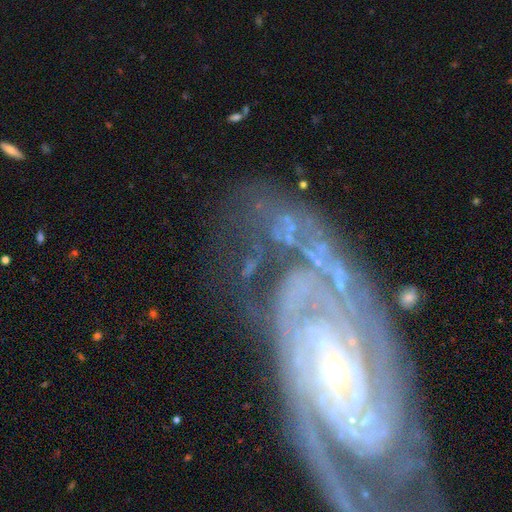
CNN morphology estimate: Smooth or featured?
  - featured or disk: 85% *
  - star or artifact: 8%
  - smooth: 7%
Edge-on disk?
  - no: 94% *
  - yes: 6%
Bar?
  - no: 64% *
  - weak: 22%
  - strong: 14%
Spiral arms?
  - yes: 90% *
  - no: 10%
Spiral winding?
  - tight: 76% *
  - medium: 18%
  - loose: 6%
Spiral arm count?
  - can't tell: 38% *
  - 2: 18%
  - 3: 14%
  - 4: 11%
  - more than 4: 10%
  - 1: 8%
Bulge size?
  - small: 47% *
  - moderate: 46%
  - large: 4%
  - none: 2%
  - dominant: 1%
Merging?
  - none: 58% *
  - minor disturbance: 20%
  - major disturbance: 18%
  - merger: 4%